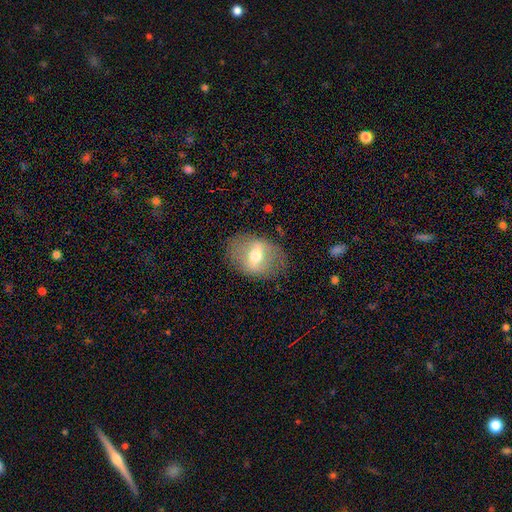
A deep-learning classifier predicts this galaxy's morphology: The model was most divided on "smooth or featured": featured or disk: 55%, smooth: 38%, star or artifact: 8%. More confident: edge-on disk — no (84%); merging — none (76%).